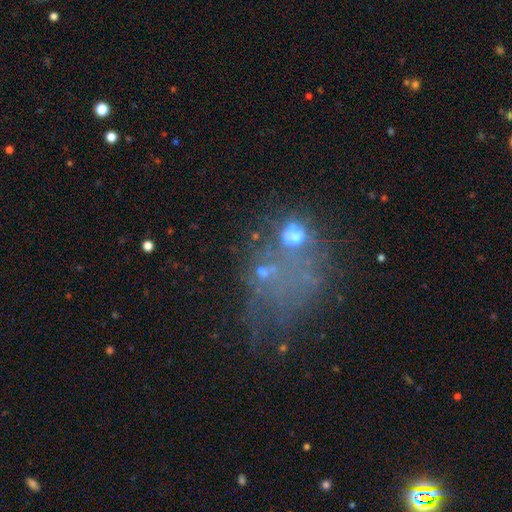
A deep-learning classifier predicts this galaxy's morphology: Smooth or featured? star or artifact (38%)